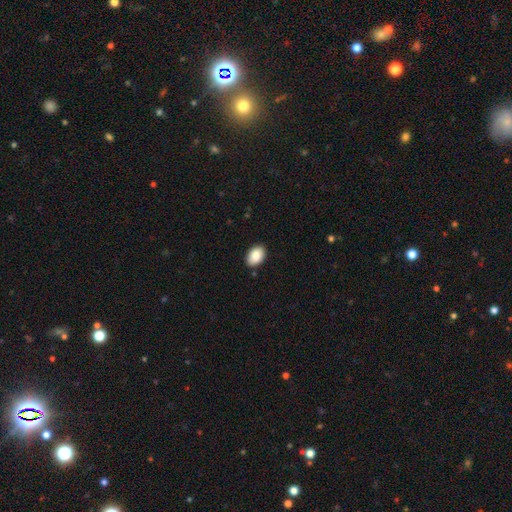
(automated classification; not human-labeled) A smooth galaxy with no disk features (88%) that is in between round and cigar-shaped (87%).

Vote fractions:
- Smooth or featured? smooth: 88% / star or artifact: 7% / featured or disk: 5%
- How rounded? in between: 87% / round: 12% / cigar-shaped: 1%
- Merging? none: 88% / minor disturbance: 9% / major disturbance: 2% / merger: 1%